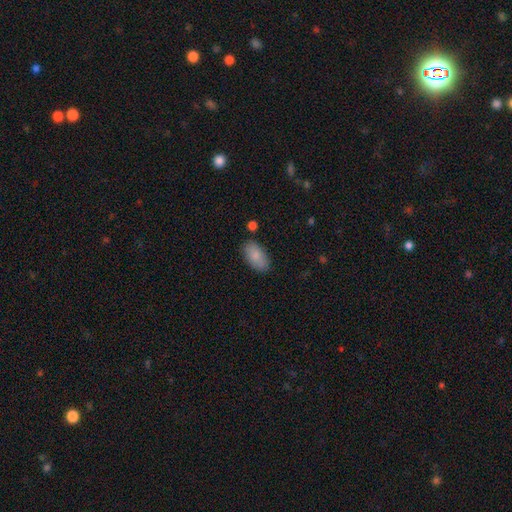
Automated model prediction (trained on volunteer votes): smooth_or_featured: smooth (p=0.85) [alt: featured or disk p=0.09]
how_rounded: in between (p=0.94) [alt: round p=0.04]
merging: none (p=0.83) [alt: minor disturbance p=0.11]